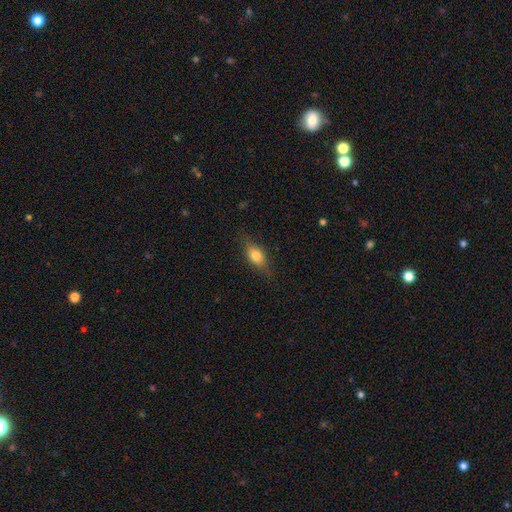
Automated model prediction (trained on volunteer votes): Overall: smooth (72%). How rounded: in between (75%). Merging: none (77%).